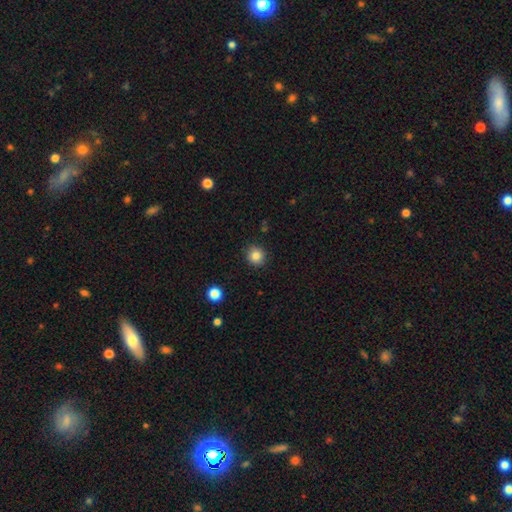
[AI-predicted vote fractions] The model was most divided on "smooth or featured": smooth: 84%, star or artifact: 11%, featured or disk: 5%. More confident: merging — none (90%); how rounded — round (90%).